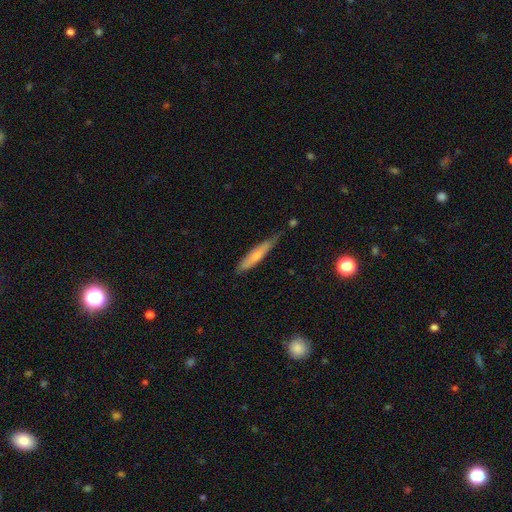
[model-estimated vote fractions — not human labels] smooth 68%, featured or disk 27%, star or artifact 6%. Down the decision tree: how rounded — cigar-shaped (89%); merging — none (63%).